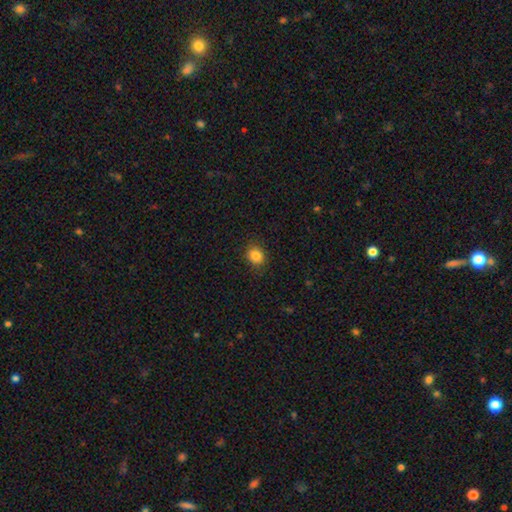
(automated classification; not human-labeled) A smooth galaxy with no disk features (84%) that is round (65%).

Vote fractions:
- Smooth or featured? smooth: 84% / star or artifact: 11% / featured or disk: 5%
- How rounded? round: 65% / in between: 34% / cigar-shaped: 1%
- Merging? none: 88% / minor disturbance: 9% / major disturbance: 2% / merger: 1%